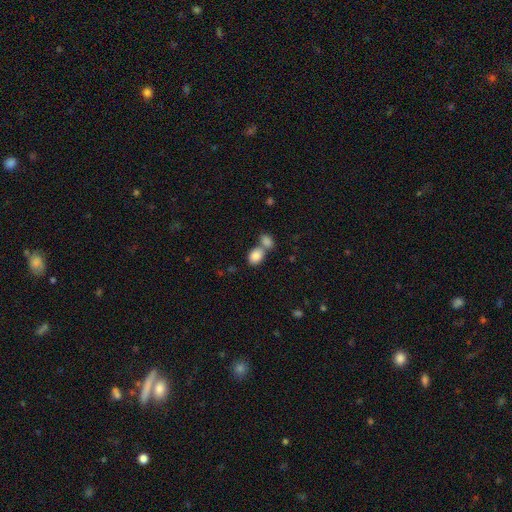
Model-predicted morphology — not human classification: This appears to be a smooth galaxy with no disk features (85%) that is in between round and cigar-shaped (67%). Merging: merger (50%).